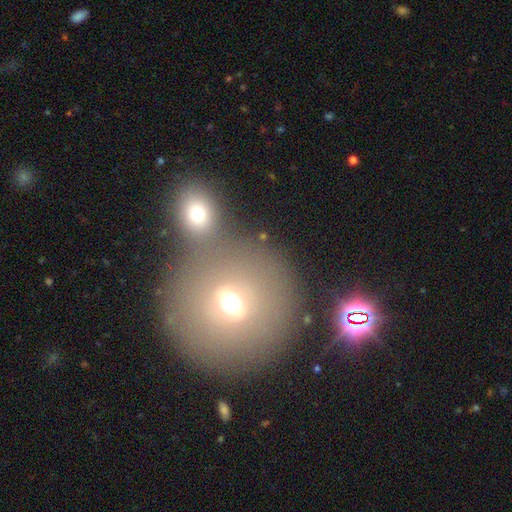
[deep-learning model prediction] Smooth or featured? smooth (61%)
How rounded? round (88%)
Merging? none (50%)